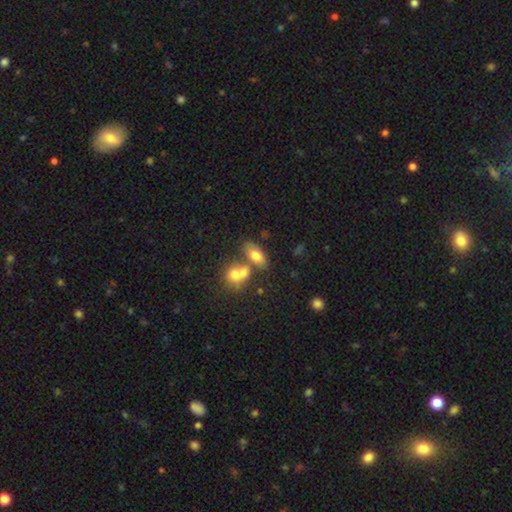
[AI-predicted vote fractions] Overall: smooth (72%). How rounded: in between (86%). Merging: merger (42%, tied with none).